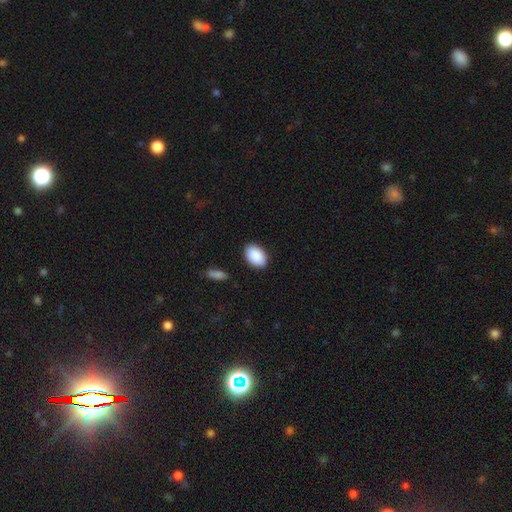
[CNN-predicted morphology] type=smooth (90%); roundness=in between (90%); merging=none (88%).